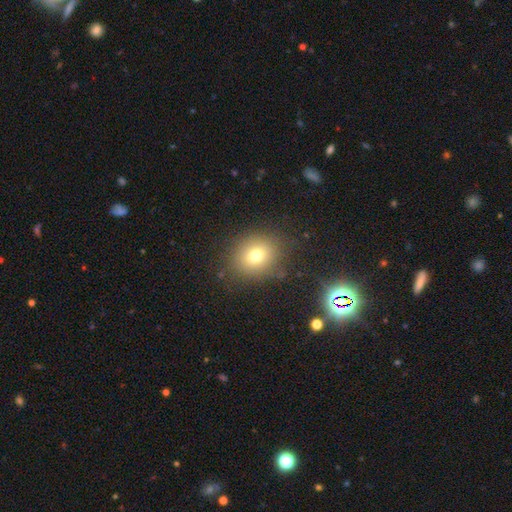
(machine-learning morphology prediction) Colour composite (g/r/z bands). It shows a smooth galaxy with no disk features (72%) that is round (64%). Merging: none (82%).